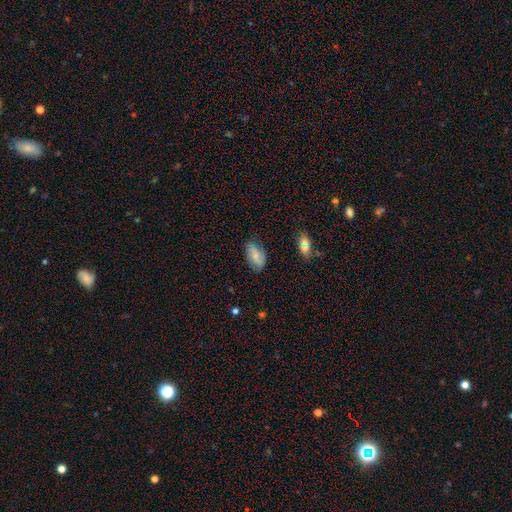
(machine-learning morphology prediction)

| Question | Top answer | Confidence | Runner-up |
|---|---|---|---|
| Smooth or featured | smooth | 67% | featured or disk (25%) |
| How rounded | in between | 92% | round (5%) |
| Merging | none | 68% | minor disturbance (24%) |